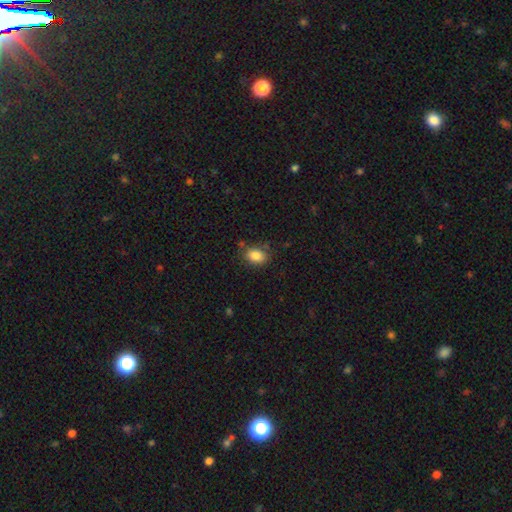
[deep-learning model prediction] smooth-or-featured: smooth: 84% | star or artifact: 9% | featured or disk: 7%
  how-rounded: in between: 72% | round: 27% | cigar-shaped: 1%
  merging: none: 79% | minor disturbance: 14% | merger: 4% | major disturbance: 3%